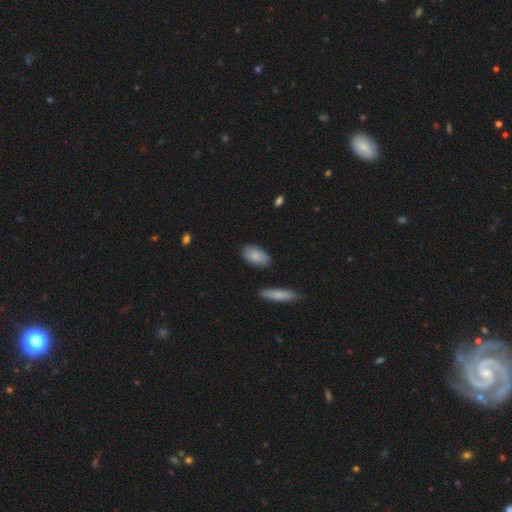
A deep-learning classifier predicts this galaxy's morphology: Q: Smooth or featured?
A: smooth (84%); runner-up: featured or disk (11%)
Q: How rounded?
A: in between (92%); runner-up: cigar-shaped (4%)
Q: Merging?
A: none (83%); runner-up: minor disturbance (12%)